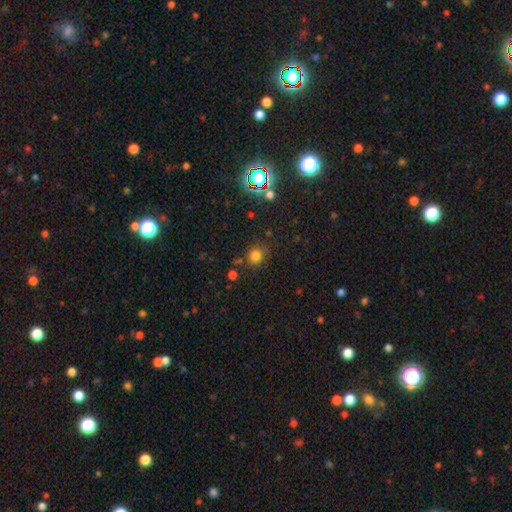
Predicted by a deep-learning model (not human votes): A smooth galaxy with no disk features (75%) that is round (82%). Merging: none (78%).